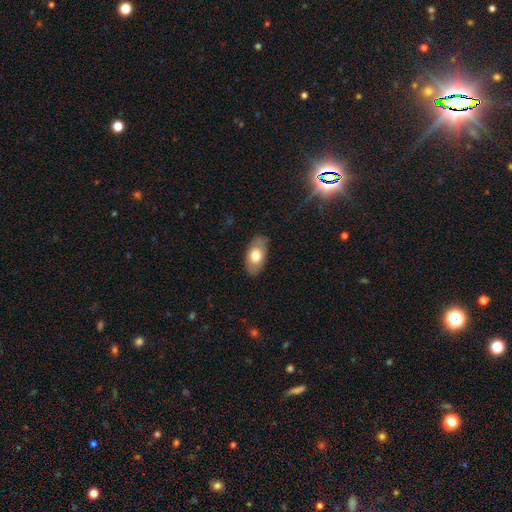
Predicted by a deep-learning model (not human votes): Smooth or featured? smooth (67%)
How rounded? in between (93%)
Merging? none (84%)